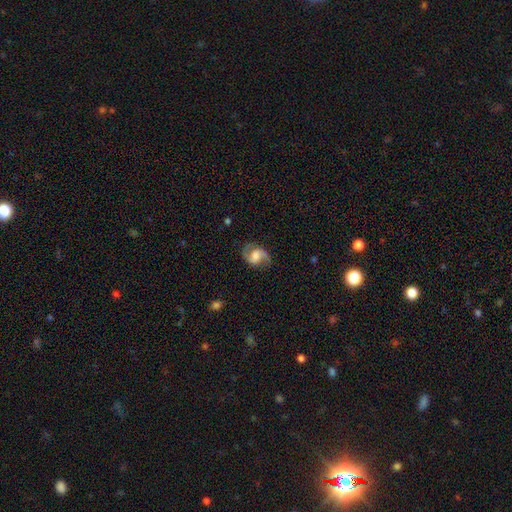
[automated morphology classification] type=featured or disk (73%); edge-on=no (98%); bar=weak (45%); spiral arms=yes (94%); winding=medium (44%, tied with loose); arm count=2 (89%); bulge=moderate (41%); merging=none (74%).